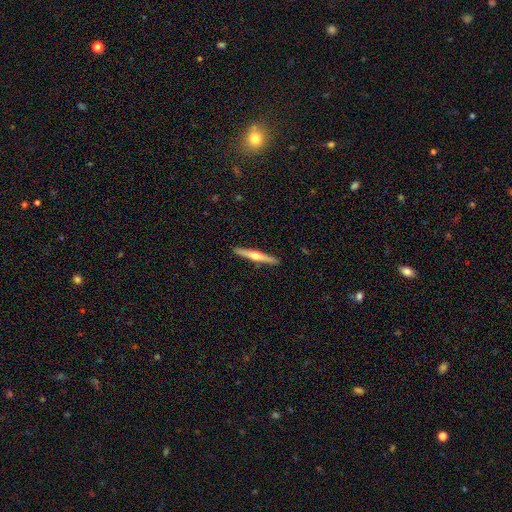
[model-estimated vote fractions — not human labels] A featured or disk galaxy (64%) viewed edge-on (97%) with a rounded central bulge (92%). Merging: none (91%).